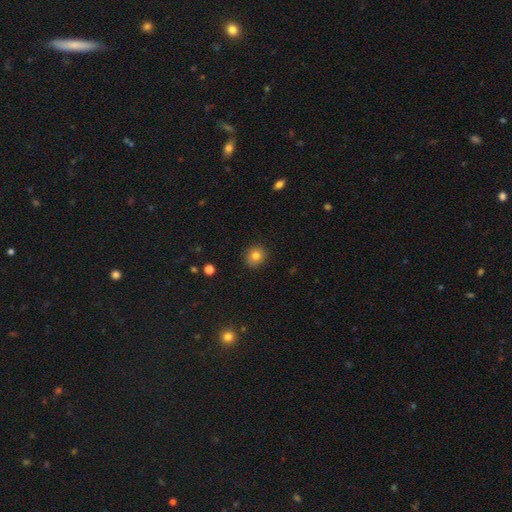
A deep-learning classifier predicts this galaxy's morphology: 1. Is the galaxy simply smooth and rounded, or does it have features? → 80% smooth, 11% star or artifact, 9% featured or disk.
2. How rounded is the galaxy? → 84% round, 15% in between, 1% cigar-shaped.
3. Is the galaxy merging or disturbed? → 89% none, 8% minor disturbance, 2% major disturbance, 1% merger.